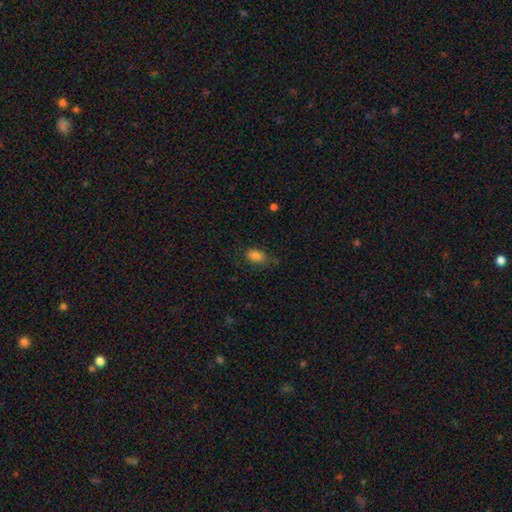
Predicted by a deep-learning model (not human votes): A smooth galaxy with no disk features (84%) that is in between round and cigar-shaped (87%). Merging: none (68%).